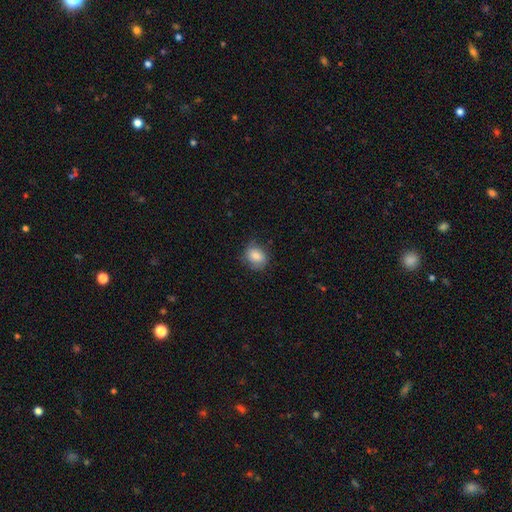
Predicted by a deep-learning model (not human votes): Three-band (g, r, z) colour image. It shows a smooth galaxy with no disk features (79%) that is in between round and cigar-shaped (50%). Merging: none (70%).